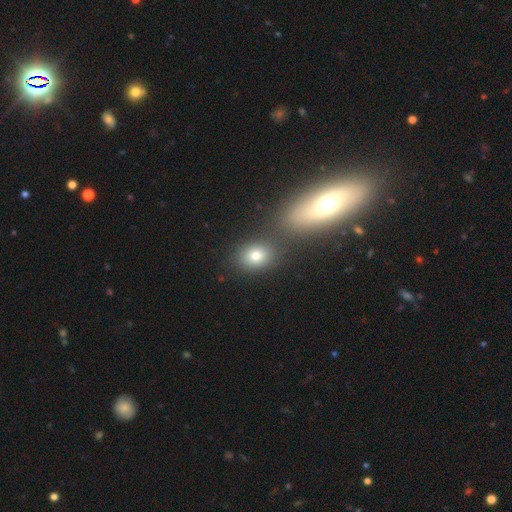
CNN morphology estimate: smooth_or_featured: smooth (p=0.77) [alt: star or artifact p=0.13]
how_rounded: in between (p=0.57) [alt: round p=0.41]
merging: none (p=0.70) [alt: merger p=0.16]